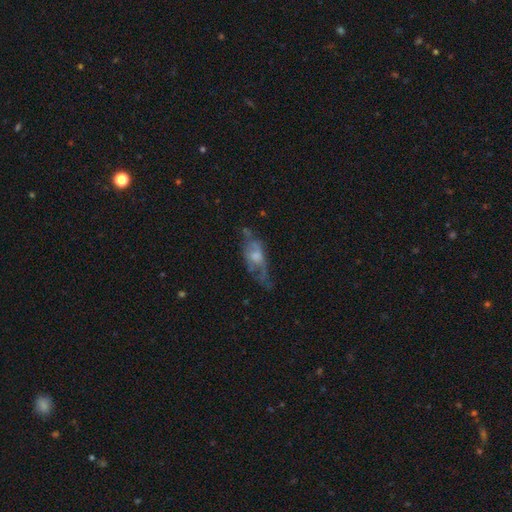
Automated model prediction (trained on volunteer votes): The model was most divided on "merging": none: 42%, major disturbance: 27%, minor disturbance: 27%, merger: 5%. More confident: edge-on disk — no (77%); smooth or featured — featured or disk (57%).